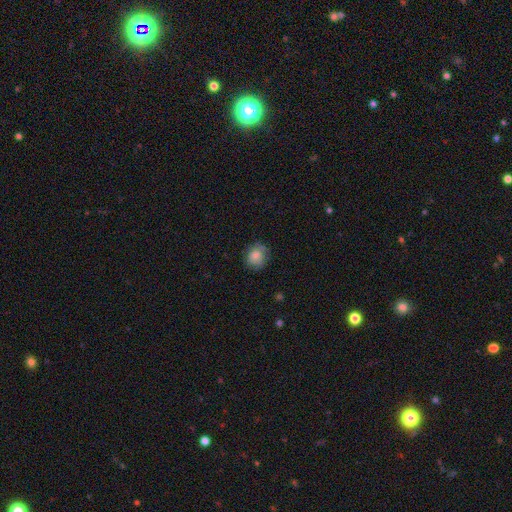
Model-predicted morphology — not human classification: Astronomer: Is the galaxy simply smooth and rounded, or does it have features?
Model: smooth — 82%.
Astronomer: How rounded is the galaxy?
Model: round — 73%.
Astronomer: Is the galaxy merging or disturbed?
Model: none — 70%.